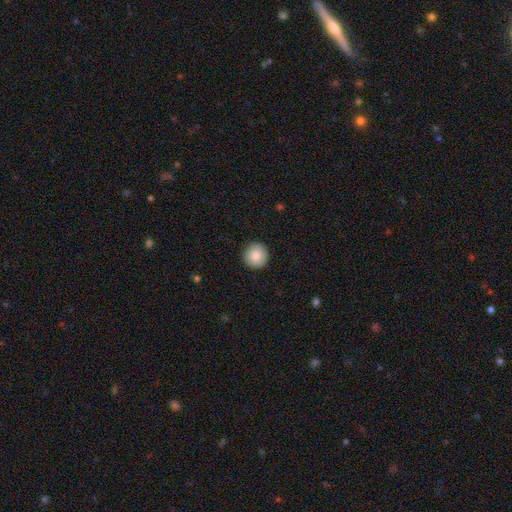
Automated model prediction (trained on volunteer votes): Q: Smooth or featured?
A: smooth (80%); runner-up: featured or disk (12%)
Q: How rounded?
A: round (96%); runner-up: in between (3%)
Q: Merging?
A: none (92%); runner-up: minor disturbance (6%)